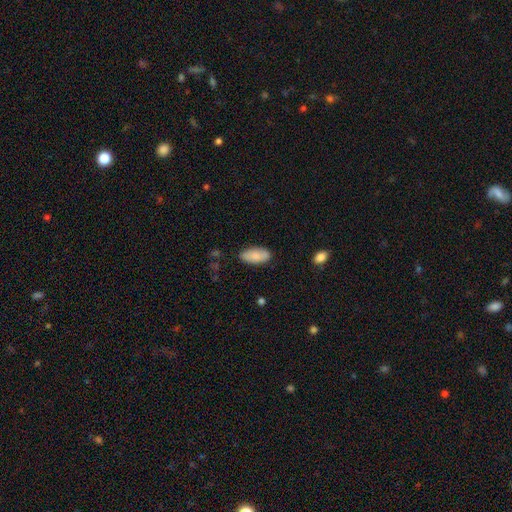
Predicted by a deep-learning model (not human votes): Smooth or featured?
  - smooth: 83% *
  - featured or disk: 11%
  - star or artifact: 6%
How rounded?
  - in between: 91% *
  - cigar-shaped: 7%
  - round: 2%
Merging?
  - none: 81% *
  - minor disturbance: 14%
  - major disturbance: 3%
  - merger: 2%